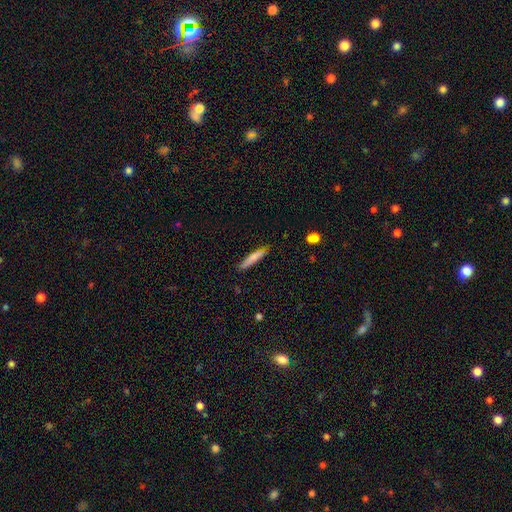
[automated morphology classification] smooth 72%, featured or disk 22%, star or artifact 6%. Down the decision tree: how rounded — cigar-shaped (93%); merging — none (86%).